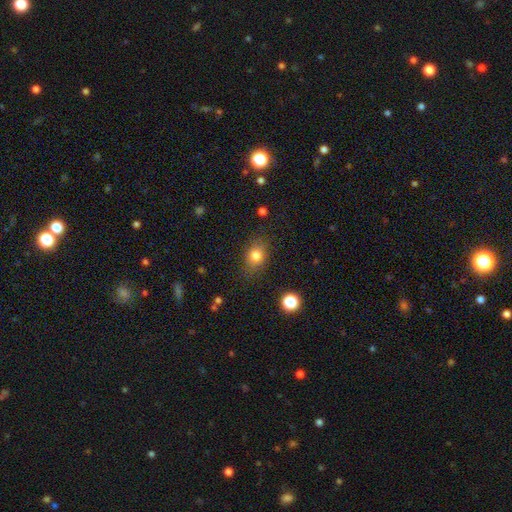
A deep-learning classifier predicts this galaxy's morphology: Smooth or featured: smooth — 80% (star or artifact — 12%)
How rounded: in between — 58% (round — 40%)
Merging: none — 80% (minor disturbance — 14%)